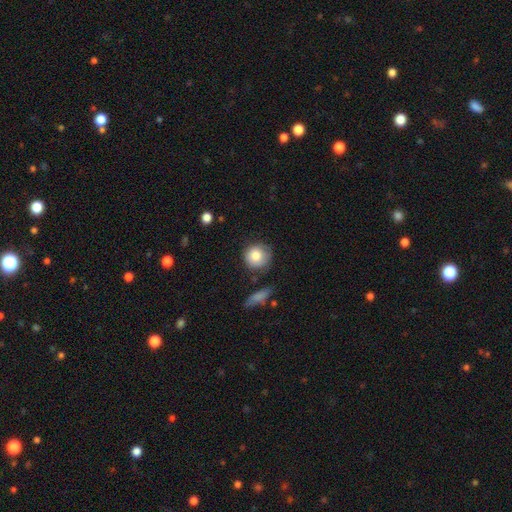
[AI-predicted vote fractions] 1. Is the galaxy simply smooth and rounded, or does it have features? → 82% smooth, 10% featured or disk, 8% star or artifact.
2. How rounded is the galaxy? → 91% round, 8% in between, 1% cigar-shaped.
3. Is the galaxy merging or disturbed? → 71% none, 19% minor disturbance, 5% major disturbance, 5% merger.